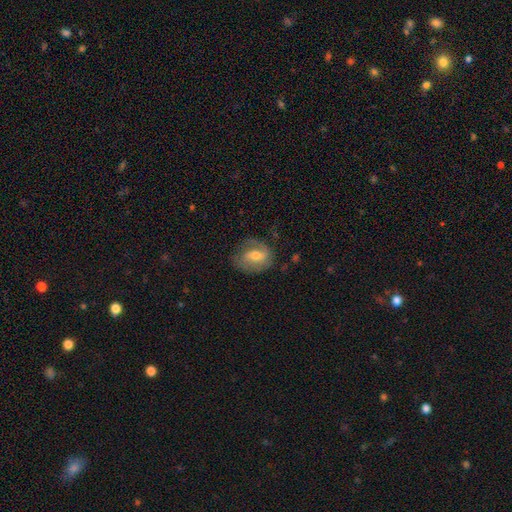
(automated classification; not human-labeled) A featured or disk galaxy (63%) with a weak bar (48%), 2 (61%) medium (43%) spiral arms (84%) and a moderate central bulge (57%).

Vote fractions:
- Smooth or featured? featured or disk: 63% / smooth: 29% / star or artifact: 8%
- Edge-on disk? no: 96% / yes: 4%
- Bar? weak: 48% / no: 30% / strong: 22%
- Spiral arms? yes: 84% / no: 16%
- Spiral winding? medium: 43% / tight: 29% / loose: 28%
- Spiral arm count? 2: 61% / 1: 20% / can't tell: 14% / 3: 3% / 4: 1% / more than 4: 1%
- Bulge size? moderate: 57% / small: 35% / large: 4% / none: 2% / dominant: 1%
- Merging? none: 64% / minor disturbance: 23% / major disturbance: 12% / merger: 2%